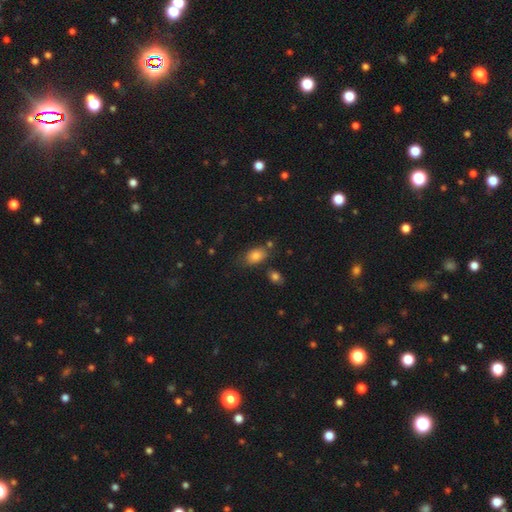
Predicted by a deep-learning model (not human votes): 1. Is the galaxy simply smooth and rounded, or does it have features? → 82% smooth, 9% star or artifact, 9% featured or disk.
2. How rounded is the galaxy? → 86% in between, 12% round, 2% cigar-shaped.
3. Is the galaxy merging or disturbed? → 66% none, 20% minor disturbance, 8% merger, 6% major disturbance.